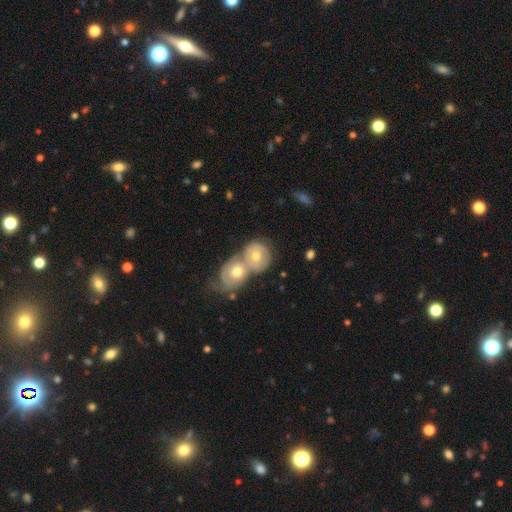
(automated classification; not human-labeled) Smooth or featured: smooth — 50% (featured or disk — 43%)
Merging: merger — 69% (none — 20%)